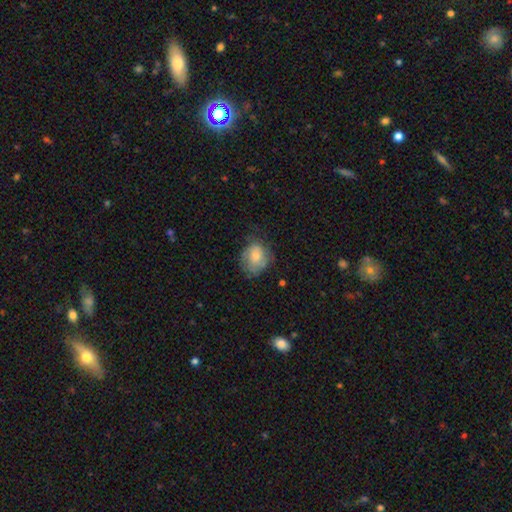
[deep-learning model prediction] This appears to be a smooth galaxy with no disk features (70%) that is round (51%). Merging: none (55%).